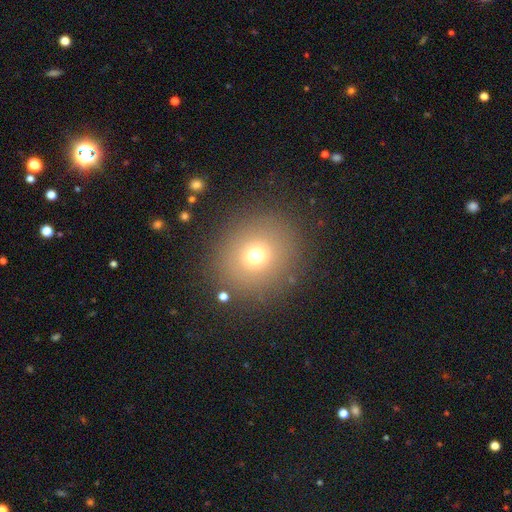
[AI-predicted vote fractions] Smooth or featured: smooth — 69% (star or artifact — 20%)
How rounded: round — 87% (in between — 12%)
Merging: none — 86% (minor disturbance — 7%)